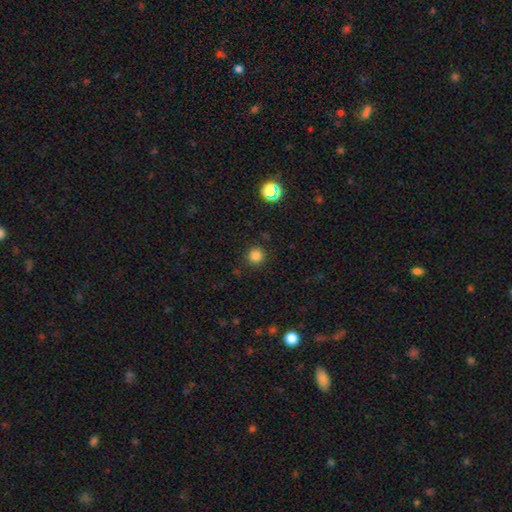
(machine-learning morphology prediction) type=smooth (82%); roundness=round (93%); merging=none (88%).